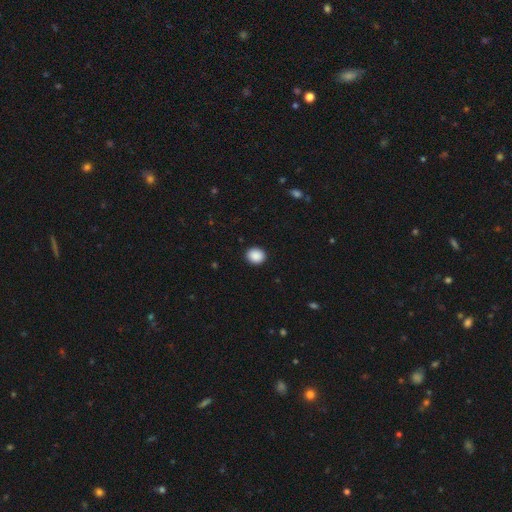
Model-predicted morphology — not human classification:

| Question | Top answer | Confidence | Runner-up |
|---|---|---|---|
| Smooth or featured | smooth | 90% | star or artifact (8%) |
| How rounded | round | 71% | in between (28%) |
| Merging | none | 92% | minor disturbance (6%) |